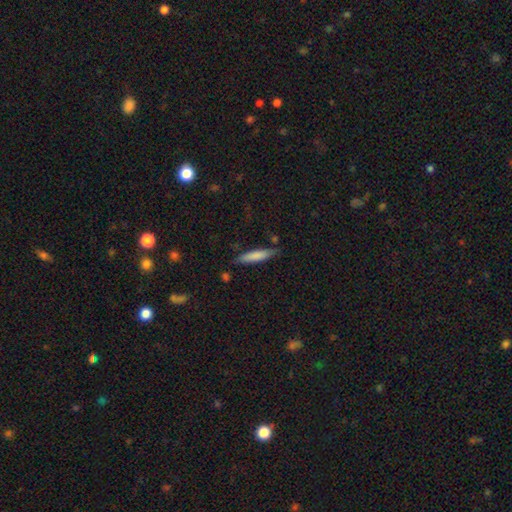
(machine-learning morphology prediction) Overall: smooth (77%). How rounded: cigar-shaped (83%). Merging: none (78%).